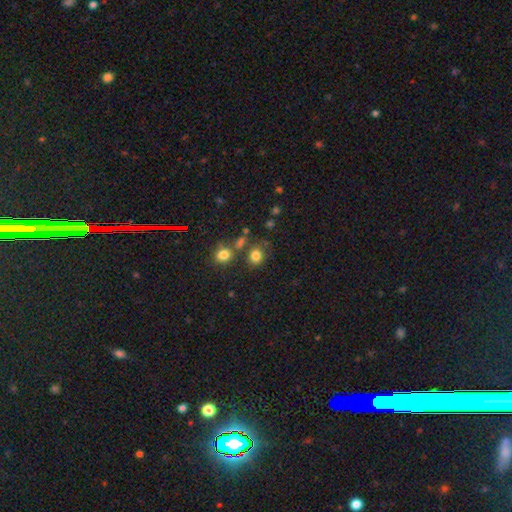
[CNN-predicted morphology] smooth 80%, star or artifact 13%, featured or disk 6%. Down the decision tree: how rounded — round (69%); merging — none (67%).